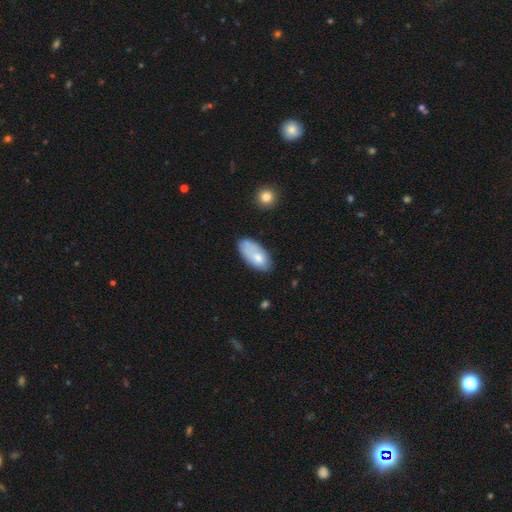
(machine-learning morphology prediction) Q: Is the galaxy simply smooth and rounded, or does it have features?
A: smooth — 75%.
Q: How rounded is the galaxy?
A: in between — 92%.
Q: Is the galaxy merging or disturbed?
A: none — 55%.